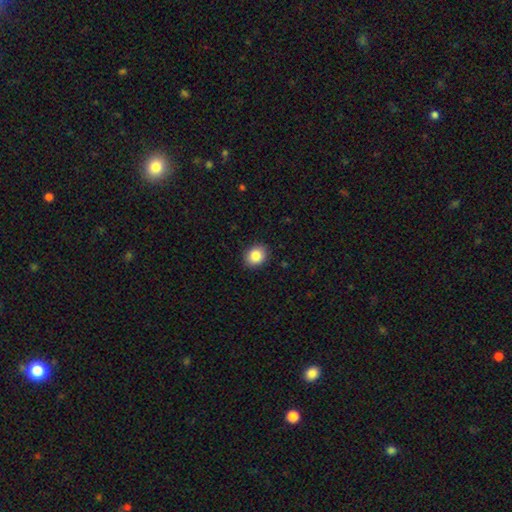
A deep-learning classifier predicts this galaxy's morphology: The model was most divided on "how rounded": round: 58%, in between: 41%, cigar-shaped: 1%. More confident: merging — none (90%); smooth or featured — smooth (86%).